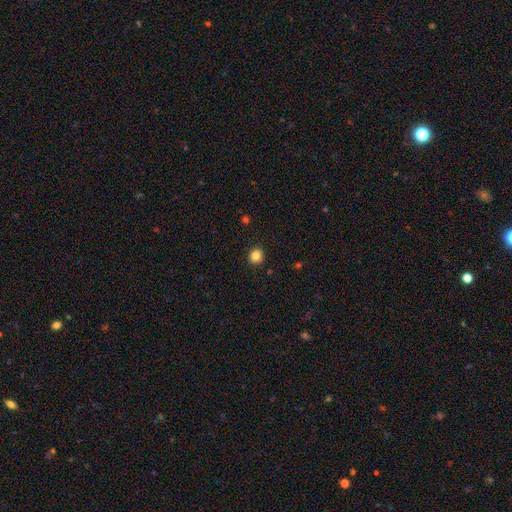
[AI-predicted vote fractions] smooth_or_featured: smooth (p=0.84) [alt: star or artifact p=0.11]
how_rounded: round (p=0.83) [alt: in between p=0.16]
merging: none (p=0.91) [alt: minor disturbance p=0.06]